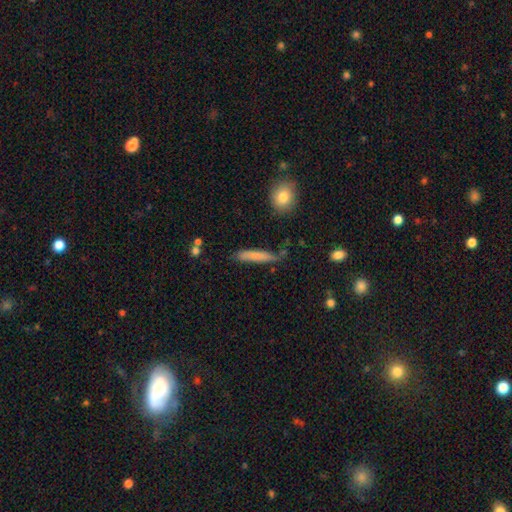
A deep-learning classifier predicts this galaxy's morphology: type=smooth (74%); roundness=cigar-shaped (90%); merging=none (73%).